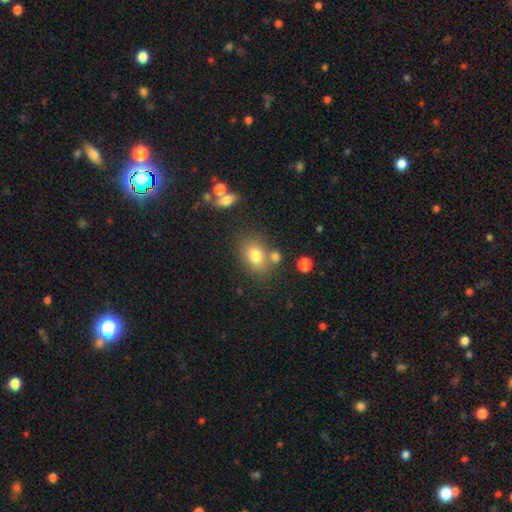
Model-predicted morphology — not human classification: A smooth galaxy with no disk features (78%) that is in between round and cigar-shaped (66%).

Vote fractions:
- Smooth or featured? smooth: 78% / featured or disk: 11% / star or artifact: 11%
- How rounded? in between: 66% / round: 32% / cigar-shaped: 1%
- Merging? none: 67% / merger: 15% / minor disturbance: 14% / major disturbance: 5%